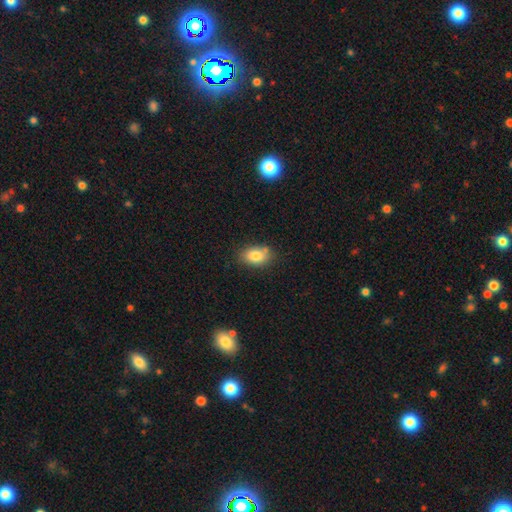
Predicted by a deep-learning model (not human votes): smooth 82%, featured or disk 9%, star or artifact 9%. Down the decision tree: how rounded — in between (83%); merging — none (75%).